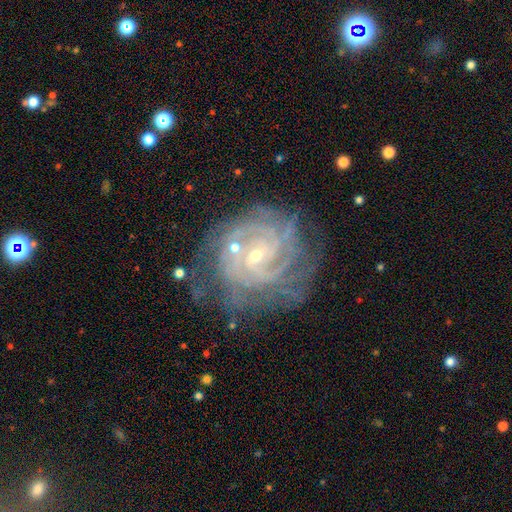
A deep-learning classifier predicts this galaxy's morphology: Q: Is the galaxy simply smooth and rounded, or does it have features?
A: featured or disk — 88%.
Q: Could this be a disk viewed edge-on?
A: no — 97%.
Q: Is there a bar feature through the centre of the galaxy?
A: no — 56%.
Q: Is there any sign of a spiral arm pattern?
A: yes — 97%.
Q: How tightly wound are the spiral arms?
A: tight — 79%.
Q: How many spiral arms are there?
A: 4 — 25%.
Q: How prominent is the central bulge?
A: small — 80%.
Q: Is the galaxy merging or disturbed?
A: none — 70%.